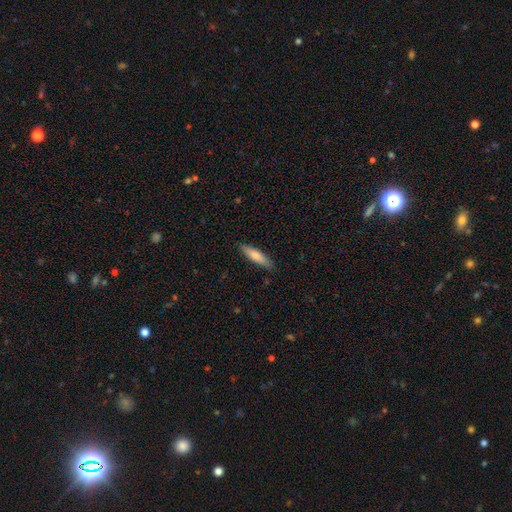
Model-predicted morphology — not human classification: smooth-or-featured: smooth: 75% | featured or disk: 20% | star or artifact: 6%
  how-rounded: cigar-shaped: 75% | in between: 24% | round: 1%
  merging: none: 88% | minor disturbance: 9% | major disturbance: 2% | merger: 1%